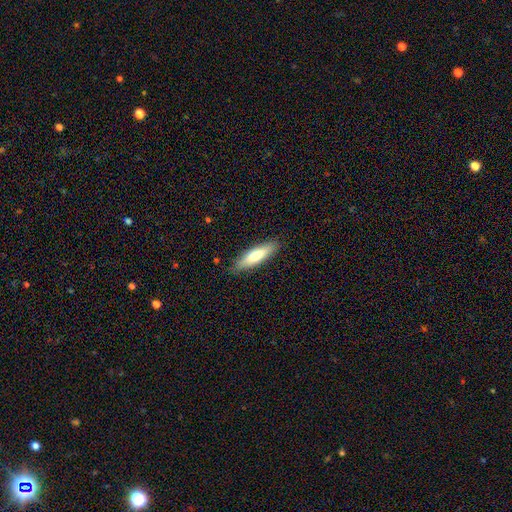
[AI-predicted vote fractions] The model was most divided on "how rounded": cigar-shaped: 69%, in between: 29%, round: 1%. More confident: merging — none (86%); smooth or featured — smooth (71%).